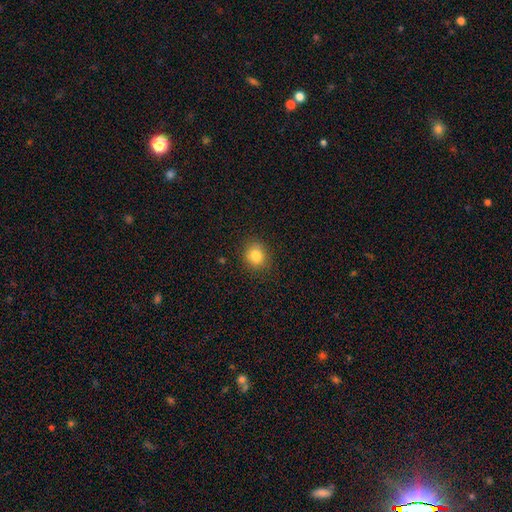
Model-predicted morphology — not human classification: Smooth or featured? Predicted: smooth (p=0.82). How rounded? Predicted: round (p=0.77). Merging? Predicted: none (p=0.88).